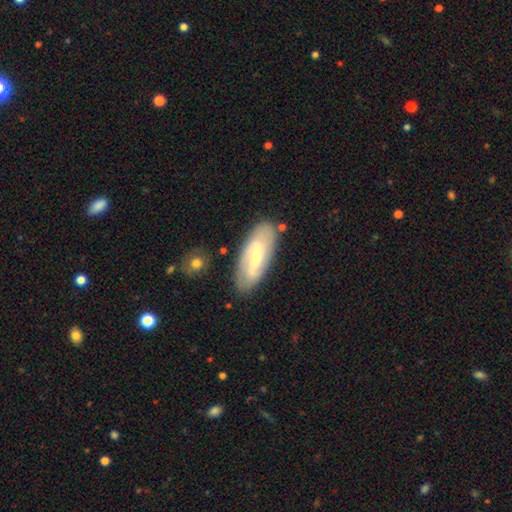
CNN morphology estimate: This appears to be a featured or disk galaxy (56%). Merging: none (81%).